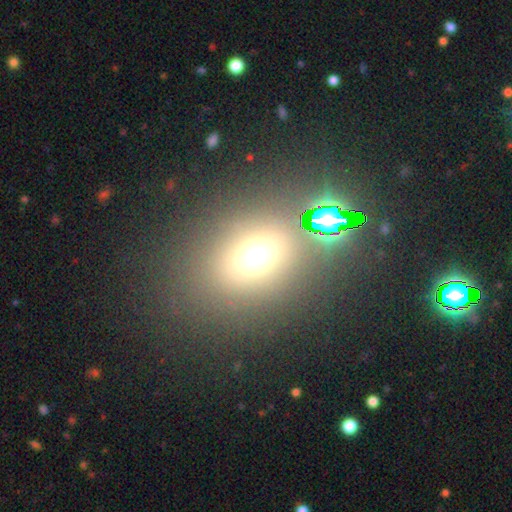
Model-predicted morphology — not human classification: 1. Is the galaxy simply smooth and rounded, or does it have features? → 59% smooth, 29% star or artifact, 12% featured or disk.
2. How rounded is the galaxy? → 62% round, 36% in between, 2% cigar-shaped.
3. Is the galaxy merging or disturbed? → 74% none, 10% merger, 10% minor disturbance, 6% major disturbance.